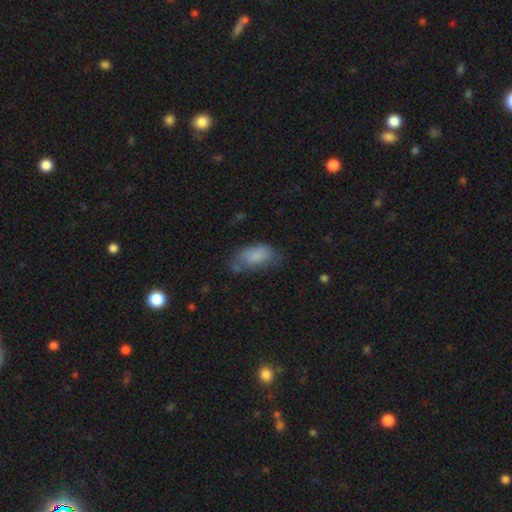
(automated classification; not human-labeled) Morphology: type=smooth (78%); roundness=in between (91%); merging=none (46%).